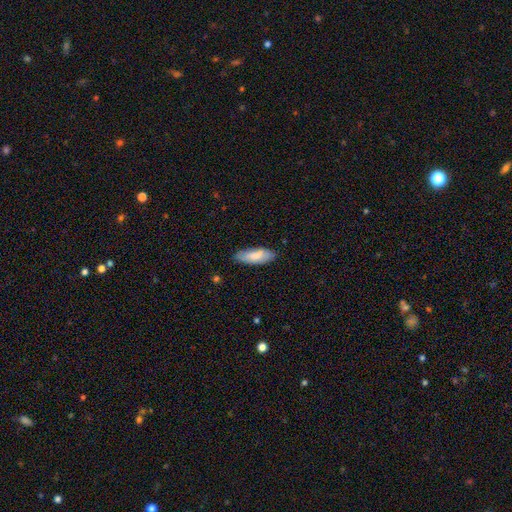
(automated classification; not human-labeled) Smooth or featured? smooth (77%)
How rounded? in between (72%)
Merging? none (77%)